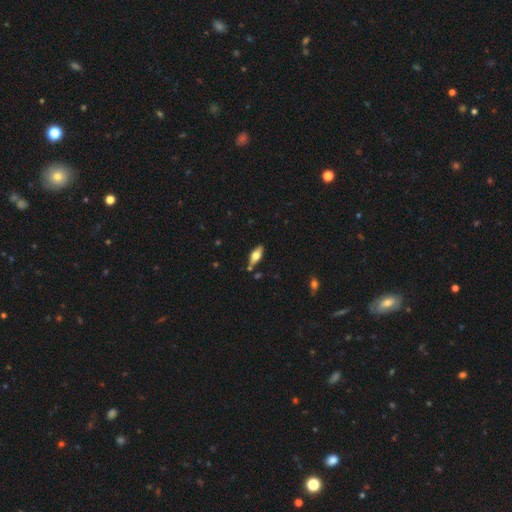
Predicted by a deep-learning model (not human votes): smooth-or-featured: smooth: 55% | featured or disk: 38% | star or artifact: 7%
  how-rounded: in between: 72% | cigar-shaped: 25% | round: 3%
  merging: none: 77% | minor disturbance: 13% | merger: 7% | major disturbance: 3%